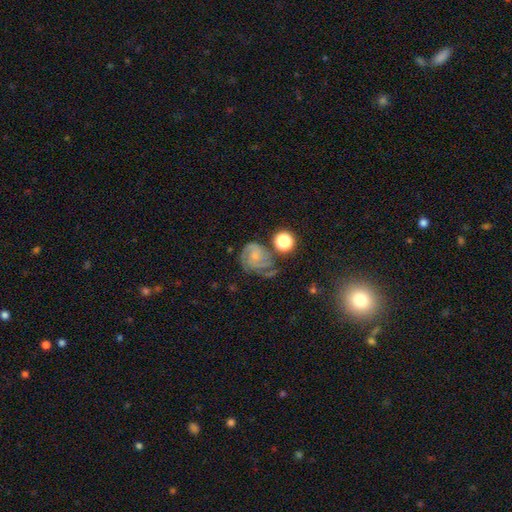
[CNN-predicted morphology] A featured or disk galaxy (68%) with no bar (70%), 2 (34%) tight (50%) spiral arms (92%) and a small central bulge (48%).

Vote fractions:
- Smooth or featured? featured or disk: 68% / smooth: 22% / star or artifact: 10%
- Edge-on disk? no: 98% / yes: 2%
- Bar? no: 70% / weak: 26% / strong: 4%
- Spiral arms? yes: 92% / no: 8%
- Spiral winding? tight: 50% / medium: 38% / loose: 12%
- Spiral arm count? 2: 34% / can't tell: 25% / 3: 23% / 1: 8% / 4: 5% / more than 4: 4%
- Bulge size? small: 48% / moderate: 28% / none: 18% / large: 4% / dominant: 2%
- Merging? none: 43% / minor disturbance: 24% / major disturbance: 23% / merger: 9%